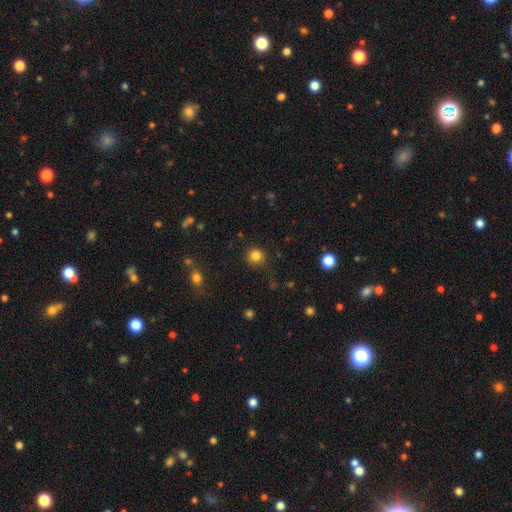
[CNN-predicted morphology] Smooth or featured? Predicted: smooth (p=0.83). How rounded? Predicted: round (p=0.93). Merging? Predicted: none (p=0.84).